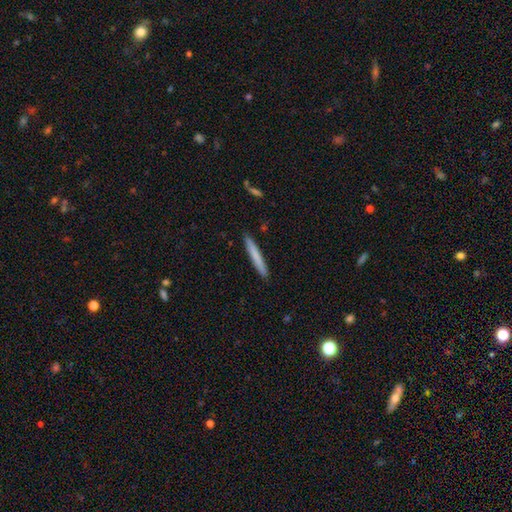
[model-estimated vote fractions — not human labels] Smooth or featured? smooth (74%)
How rounded? cigar-shaped (96%)
Merging? none (91%)